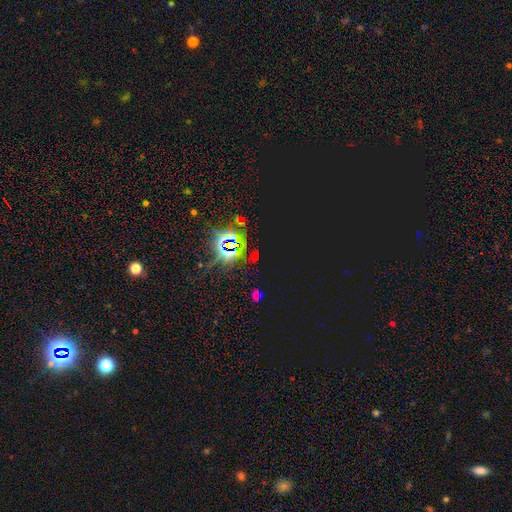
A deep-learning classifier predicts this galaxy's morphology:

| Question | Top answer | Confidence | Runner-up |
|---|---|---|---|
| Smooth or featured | star or artifact | 83% | smooth (10%) |